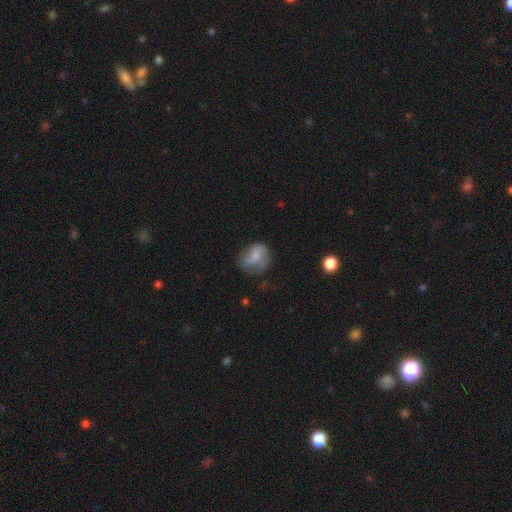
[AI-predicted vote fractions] Smooth or featured?
  - smooth: 57% *
  - featured or disk: 35%
  - star or artifact: 9%
How rounded?
  - round: 56% *
  - in between: 42%
  - cigar-shaped: 1%
Merging?
  - none: 46% *
  - minor disturbance: 30%
  - major disturbance: 22%
  - merger: 3%